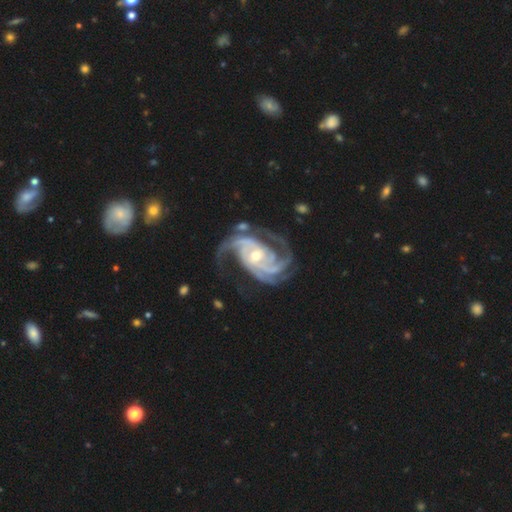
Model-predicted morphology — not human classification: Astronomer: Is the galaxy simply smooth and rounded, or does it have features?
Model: featured or disk — 94%.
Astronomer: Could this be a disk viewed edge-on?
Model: no — 98%.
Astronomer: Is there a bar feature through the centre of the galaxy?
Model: no — 56%.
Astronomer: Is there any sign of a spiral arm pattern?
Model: yes — 99%.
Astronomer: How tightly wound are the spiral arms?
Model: tight — 47% (runner-up: medium, 43%).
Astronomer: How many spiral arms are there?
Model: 3 — 42% (runner-up: 4, 21%).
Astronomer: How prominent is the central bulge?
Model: moderate — 53% (runner-up: small, 43%).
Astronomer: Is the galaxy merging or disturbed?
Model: none — 62%.